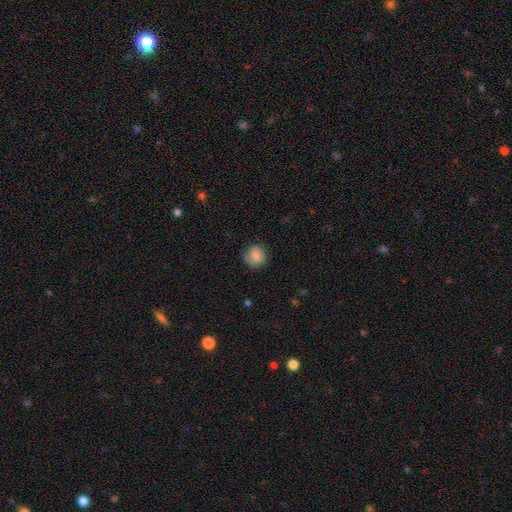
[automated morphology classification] Smooth or featured?
  - smooth: 81% *
  - featured or disk: 11%
  - star or artifact: 8%
How rounded?
  - round: 81% *
  - in between: 18%
  - cigar-shaped: 1%
Merging?
  - none: 69% *
  - minor disturbance: 22%
  - major disturbance: 7%
  - merger: 1%